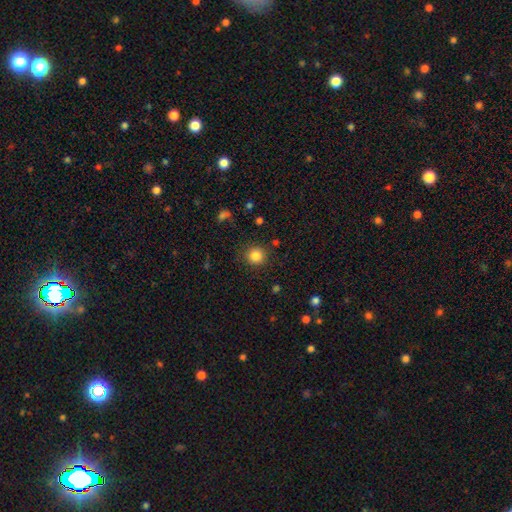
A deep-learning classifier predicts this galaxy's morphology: smooth 84%, star or artifact 11%, featured or disk 4%. Down the decision tree: how rounded — round (92%); merging — none (88%).